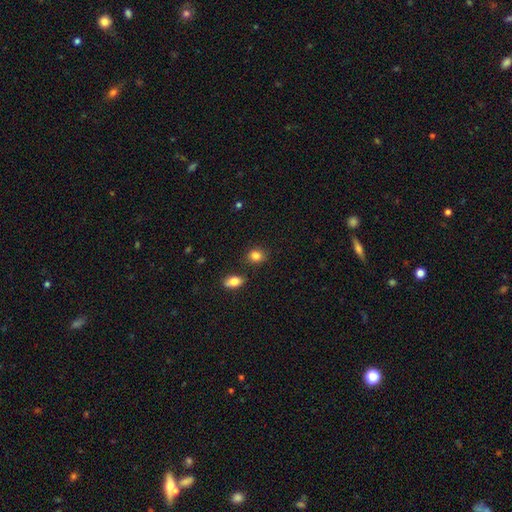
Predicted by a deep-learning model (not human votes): This is clearly a smooth galaxy (85%). How rounded: likely round (63%). Merging: clearly none (82%).